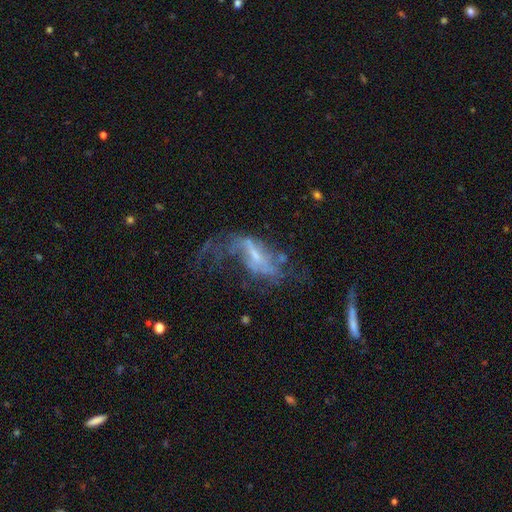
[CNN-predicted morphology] Overall: featured or disk (72%). Edge-on disk: no (91%). Bar: weak (42%; no 37%). Spiral arms: yes (60%; no 40%). Bulge size: small (49%; moderate 28%). Merging: major disturbance (50%; none 27%).